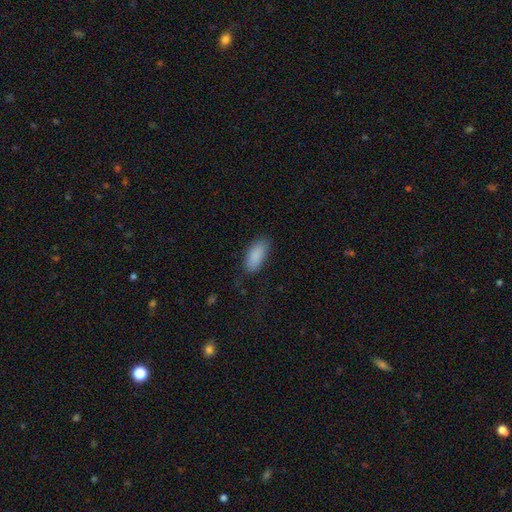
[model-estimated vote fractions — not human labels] Q: Smooth or featured?
A: smooth (89%); runner-up: star or artifact (7%)
Q: How rounded?
A: in between (87%); runner-up: cigar-shaped (11%)
Q: Merging?
A: none (79%); runner-up: minor disturbance (16%)